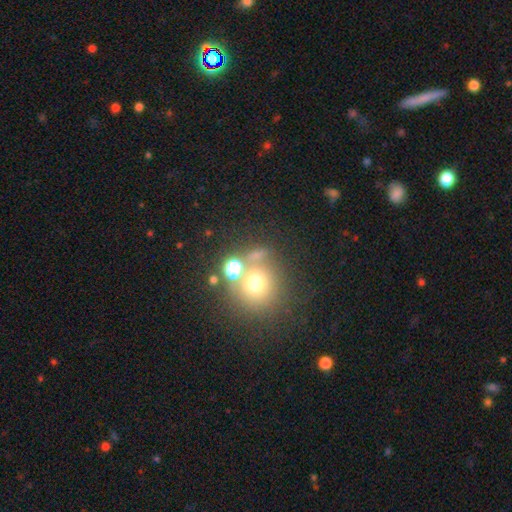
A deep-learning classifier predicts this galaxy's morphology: Smooth or featured? Predicted: smooth (p=0.53). How rounded? Predicted: round (p=0.88). Merging? Predicted: none (p=0.62).